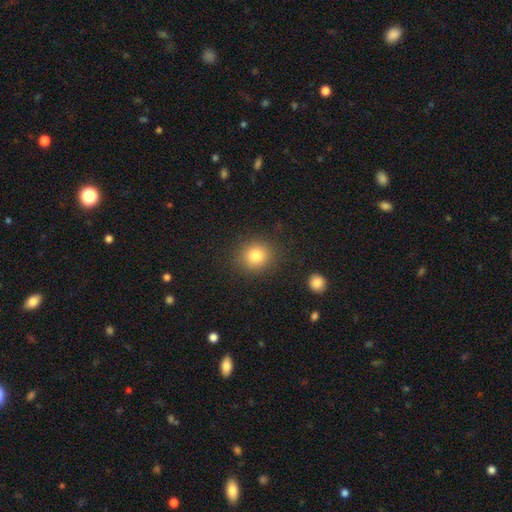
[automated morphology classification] Overall: smooth (82%). How rounded: round (79%). Merging: none (87%).